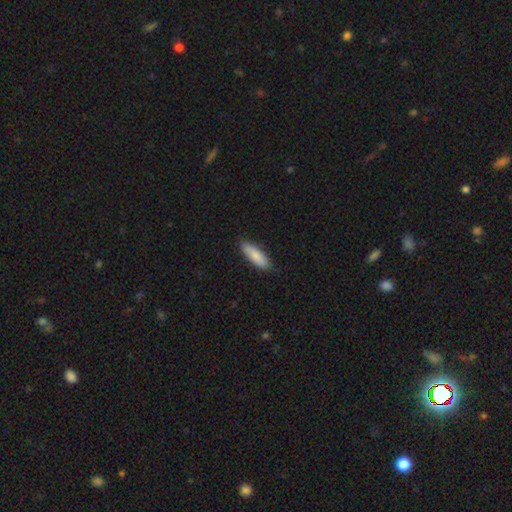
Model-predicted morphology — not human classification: Smooth or featured?
  - smooth: 83% *
  - featured or disk: 12%
  - star or artifact: 5%
How rounded?
  - in between: 50% *
  - cigar-shaped: 49%
  - round: 2%
Merging?
  - none: 85% *
  - minor disturbance: 12%
  - major disturbance: 2%
  - merger: 1%